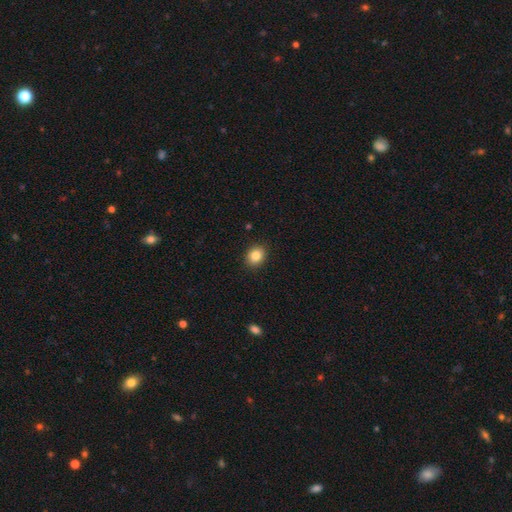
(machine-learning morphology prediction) The model was most divided on "how rounded": round: 55%, in between: 44%, cigar-shaped: 1%. More confident: merging — none (90%); smooth or featured — smooth (85%).